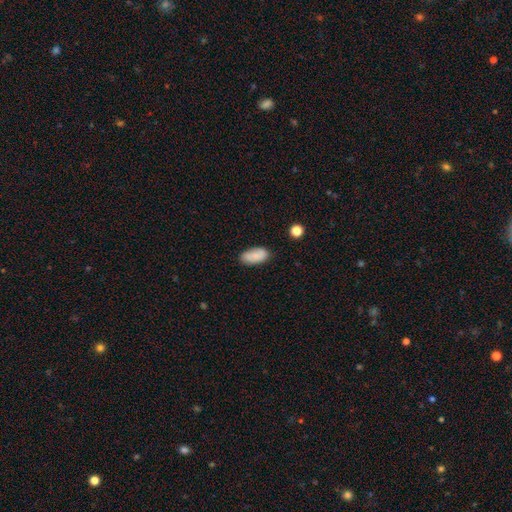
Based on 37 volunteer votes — Smooth or featured? 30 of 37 (81%) said smooth. How rounded? 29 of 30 (97%) said in between. Merging? 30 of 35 (86%) said none.